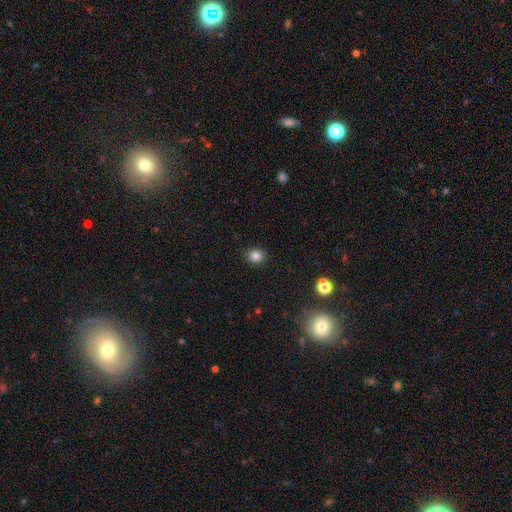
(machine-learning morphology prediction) smooth-or-featured: smooth: 84% | star or artifact: 12% | featured or disk: 4%
  how-rounded: round: 81% | in between: 18% | cigar-shaped: 1%
  merging: none: 90% | minor disturbance: 7% | major disturbance: 2% | merger: 1%